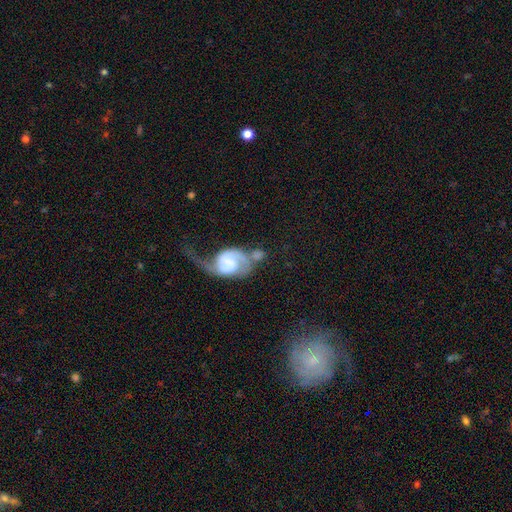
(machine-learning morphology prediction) Overall: featured or disk (71%). Edge-on disk: no (97%). Bar: weak (43%; no 36%). Spiral arms: yes (92%). Spiral arm count: 2 (85%). Spiral winding: medium (44%; loose 33%). Bulge size: none (36%; small 27%). Merging: merger (35%; none 34%).